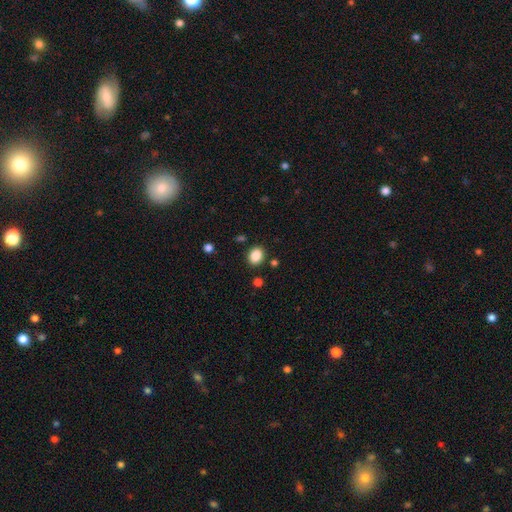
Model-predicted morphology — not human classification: The model was most divided on "how rounded": in between: 53%, round: 46%, cigar-shaped: 1%. More confident: smooth or featured — smooth (87%); merging — none (85%).